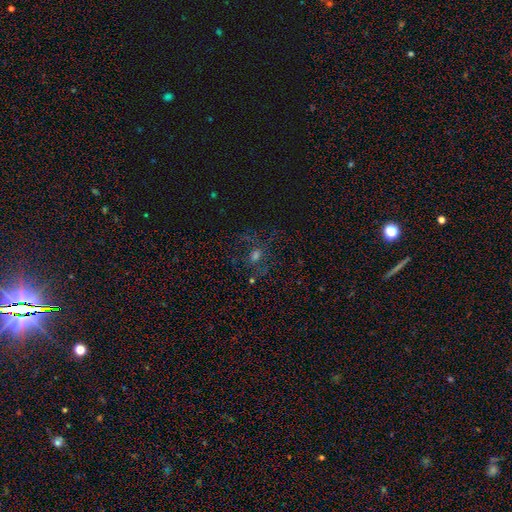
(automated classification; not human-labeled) This is marginally a star or artifact rather than a galaxy (41%).